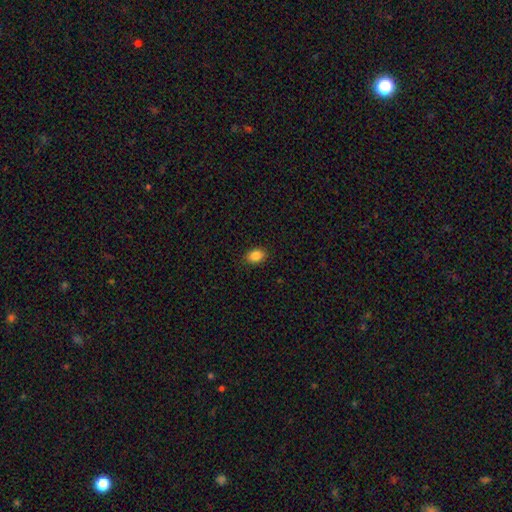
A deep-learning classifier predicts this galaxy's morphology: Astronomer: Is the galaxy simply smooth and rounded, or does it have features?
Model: smooth — 85%.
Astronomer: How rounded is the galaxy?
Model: in between — 72%.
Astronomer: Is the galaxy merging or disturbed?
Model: none — 89%.